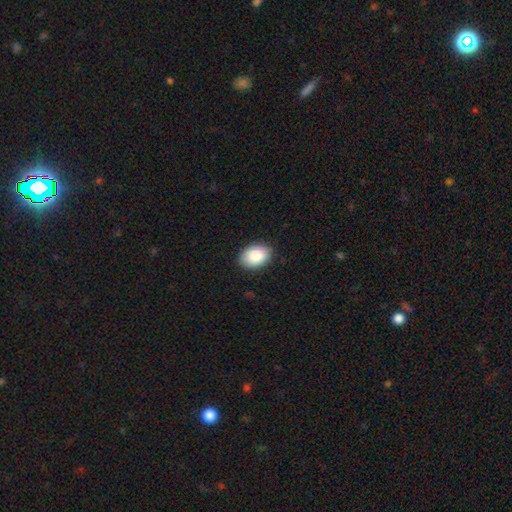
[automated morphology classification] The model was most divided on "how rounded": in between: 86%, round: 13%, cigar-shaped: 1%. More confident: merging — none (89%); smooth or featured — smooth (86%).